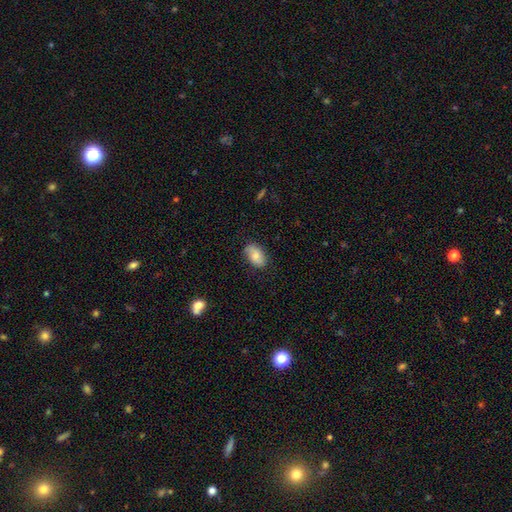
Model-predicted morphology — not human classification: smooth_or_featured: smooth (p=0.76) [alt: featured or disk p=0.16]
how_rounded: in between (p=0.91) [alt: round p=0.07]
merging: none (p=0.76) [alt: minor disturbance p=0.19]